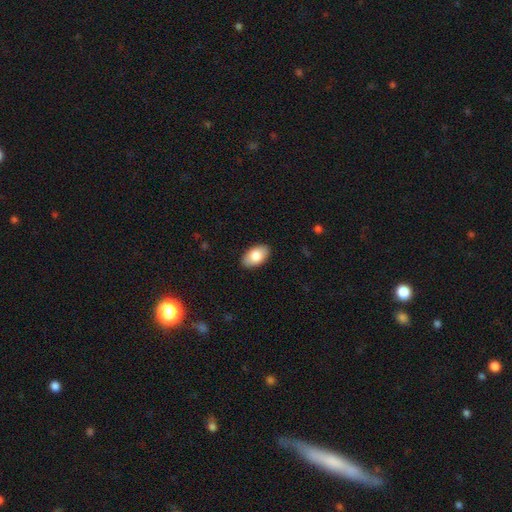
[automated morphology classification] Smooth or featured?
  - smooth: 84% *
  - featured or disk: 10%
  - star or artifact: 6%
How rounded?
  - in between: 95% *
  - round: 4%
  - cigar-shaped: 2%
Merging?
  - none: 89% *
  - minor disturbance: 8%
  - major disturbance: 2%
  - merger: 1%